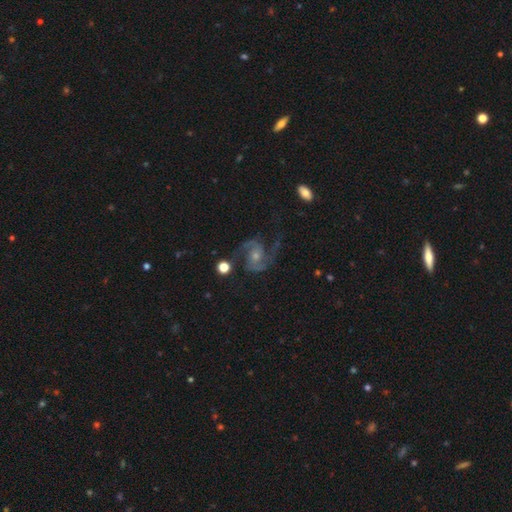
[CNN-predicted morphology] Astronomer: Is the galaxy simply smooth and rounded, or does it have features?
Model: featured or disk — 89%.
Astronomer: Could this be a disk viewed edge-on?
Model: no — 98%.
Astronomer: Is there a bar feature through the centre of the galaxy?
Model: no — 65%.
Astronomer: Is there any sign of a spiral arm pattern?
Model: yes — 98%.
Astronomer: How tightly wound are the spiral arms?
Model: medium — 58%.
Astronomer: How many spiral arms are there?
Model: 2 — 91%.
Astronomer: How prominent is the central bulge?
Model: small — 51% (runner-up: moderate, 41%).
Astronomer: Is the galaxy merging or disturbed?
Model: none — 69%.